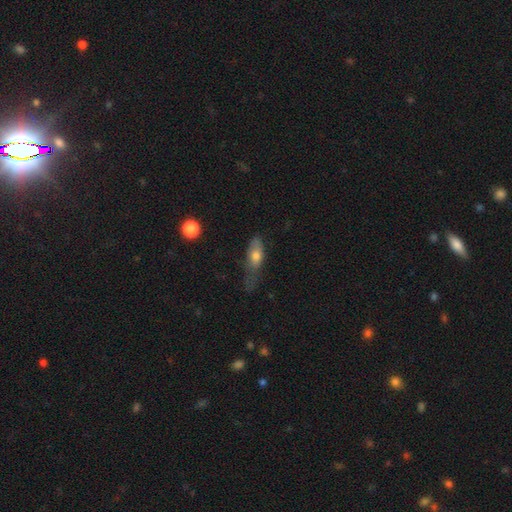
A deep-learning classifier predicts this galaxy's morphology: smooth_or_featured: smooth (p=0.69) [alt: featured or disk p=0.23]
how_rounded: in between (p=0.73) [alt: cigar-shaped p=0.21]
merging: minor disturbance (p=0.36) [alt: none p=0.32]